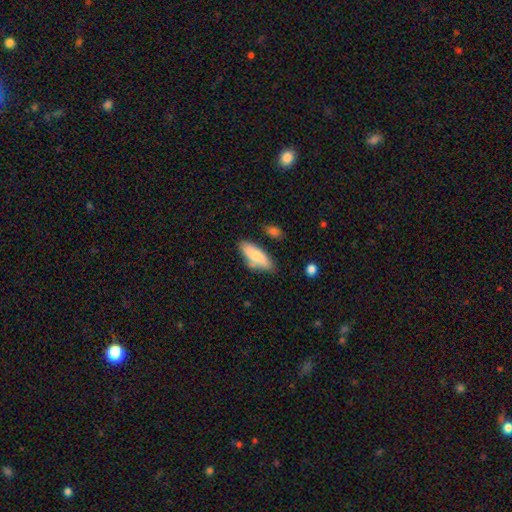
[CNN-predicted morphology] This appears to be a smooth galaxy with no disk features (78%) that is in between round and cigar-shaped (70%). Merging: none (64%).